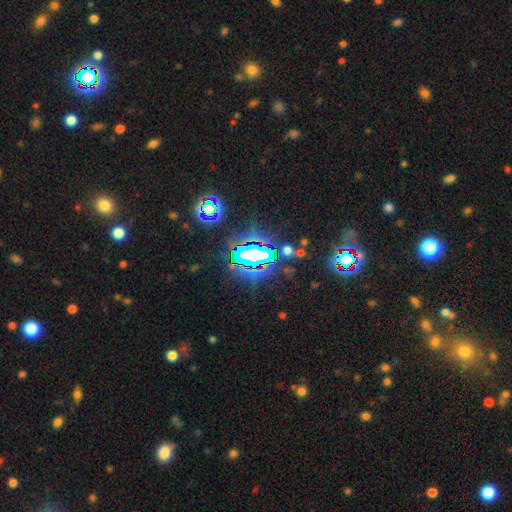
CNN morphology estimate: This is likely a star or artifact rather than a galaxy (71%).